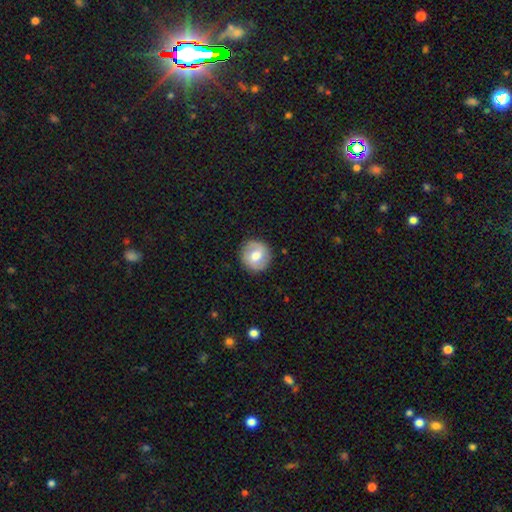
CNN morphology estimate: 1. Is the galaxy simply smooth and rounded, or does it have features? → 58% smooth, 35% featured or disk, 7% star or artifact.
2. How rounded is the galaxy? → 92% round, 7% in between, 1% cigar-shaped.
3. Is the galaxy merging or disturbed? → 88% none, 8% minor disturbance, 2% major disturbance, 1% merger.